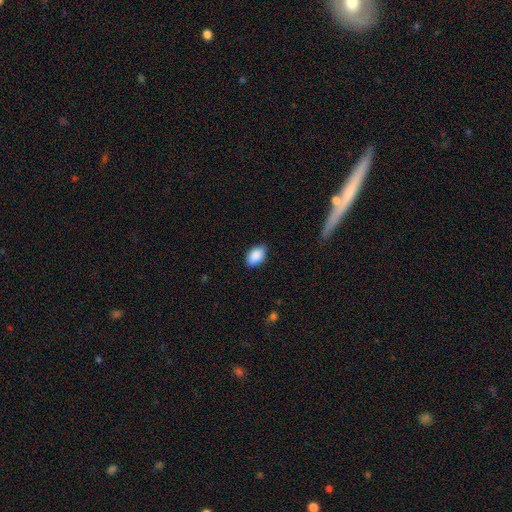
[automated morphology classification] The model was most divided on "merging": none: 85%, minor disturbance: 12%, major disturbance: 2%, merger: 1%. More confident: how rounded — in between (91%); smooth or featured — smooth (90%).